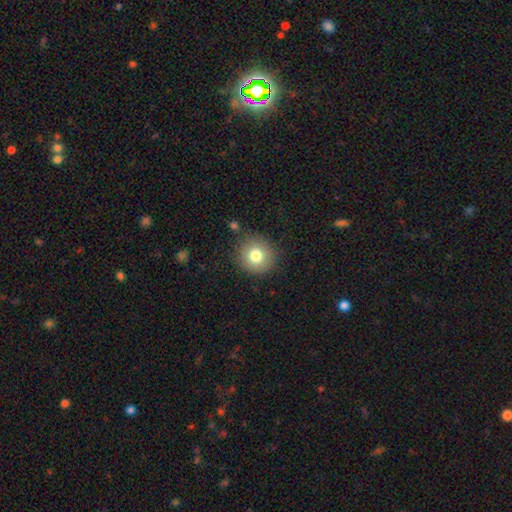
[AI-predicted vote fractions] The model was most divided on "smooth or featured": smooth: 78%, featured or disk: 11%, star or artifact: 11%. More confident: how rounded — round (92%); merging — none (85%).